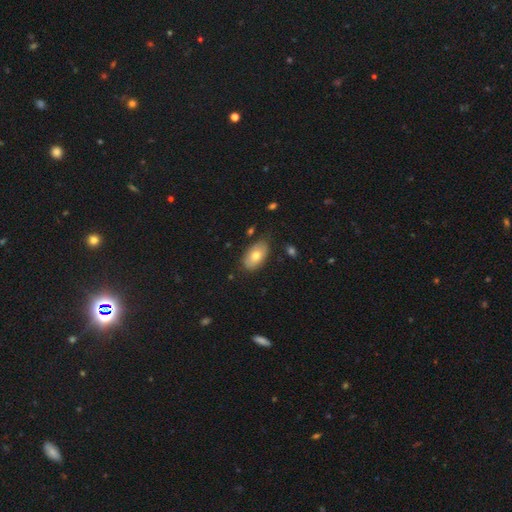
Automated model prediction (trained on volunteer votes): smooth-or-featured: smooth: 69% | featured or disk: 24% | star or artifact: 6%
  how-rounded: in between: 94% | round: 5% | cigar-shaped: 2%
  merging: none: 77% | minor disturbance: 18% | major disturbance: 3% | merger: 2%